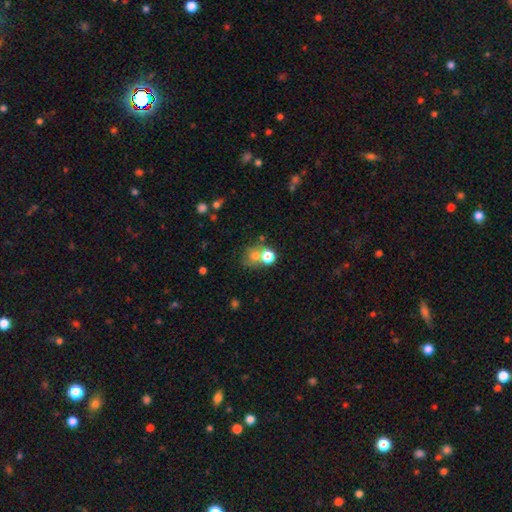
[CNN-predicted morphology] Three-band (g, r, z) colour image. It shows a smooth galaxy with no disk features (68%) that is round (75%). Merging: none (44%).